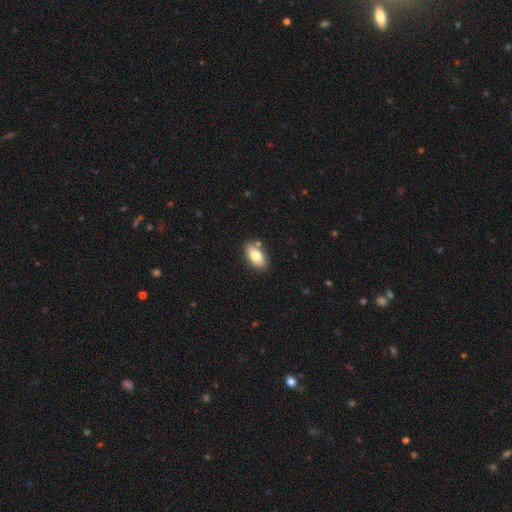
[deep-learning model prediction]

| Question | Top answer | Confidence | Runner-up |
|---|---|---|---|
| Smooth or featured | smooth | 77% | featured or disk (17%) |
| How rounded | in between | 90% | cigar-shaped (6%) |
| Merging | none | 82% | minor disturbance (11%) |